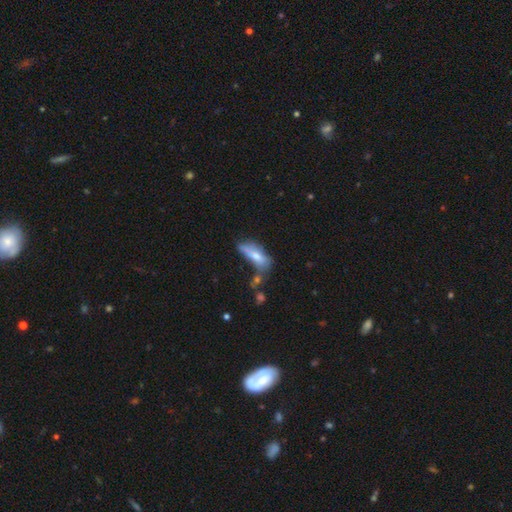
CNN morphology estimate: Smooth or featured?
  - smooth: 62% *
  - featured or disk: 29%
  - star or artifact: 9%
How rounded?
  - in between: 70% *
  - cigar-shaped: 28%
  - round: 3%
Merging?
  - none: 32% *
  - minor disturbance: 27%
  - major disturbance: 22%
  - merger: 19%